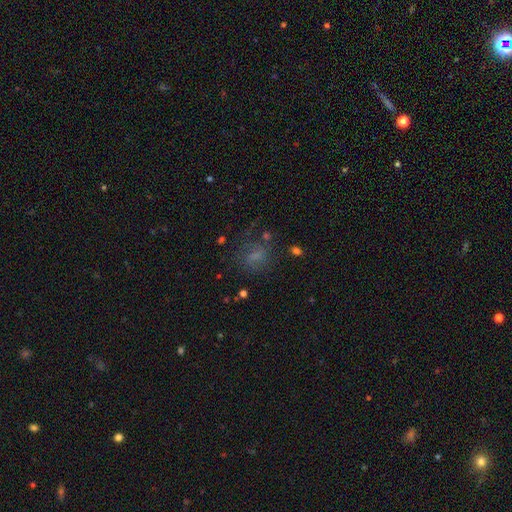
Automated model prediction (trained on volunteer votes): Smooth or featured: smooth — 54% (star or artifact — 25%)
How rounded: in between — 52% (round — 45%)
Merging: none — 60% (minor disturbance — 19%)